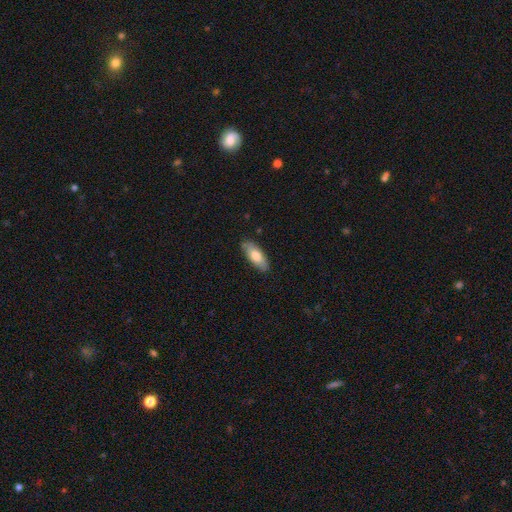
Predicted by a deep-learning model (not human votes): The model was most divided on "smooth or featured": smooth: 74%, featured or disk: 20%, star or artifact: 6%. More confident: merging — none (83%); how rounded — in between (78%).